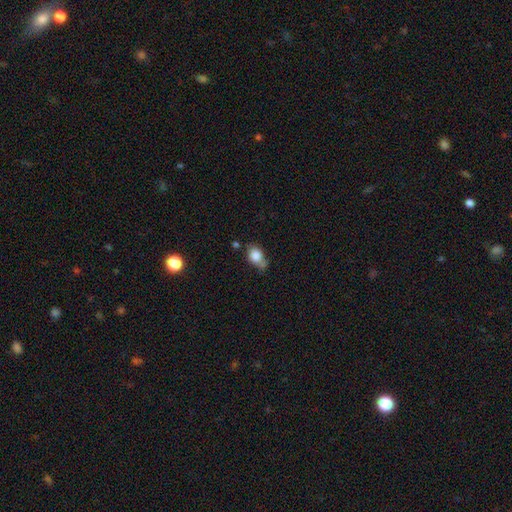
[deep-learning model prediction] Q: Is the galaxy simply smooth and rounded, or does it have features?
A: smooth — 81%.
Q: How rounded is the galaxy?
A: in between — 68%.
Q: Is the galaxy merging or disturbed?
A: none — 46%.